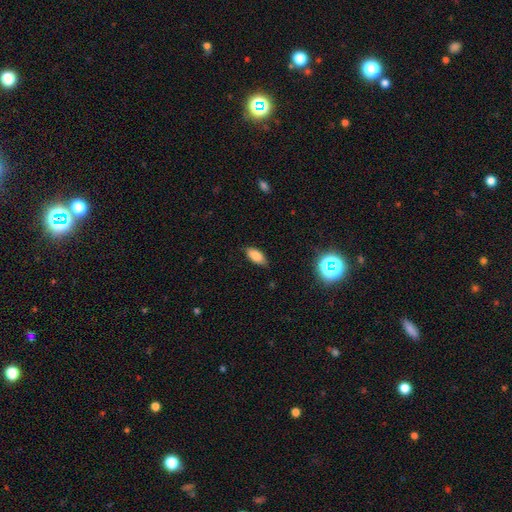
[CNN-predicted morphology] This is clearly a smooth galaxy (83%). How rounded: clearly in between (88%). Merging: clearly none (81%).